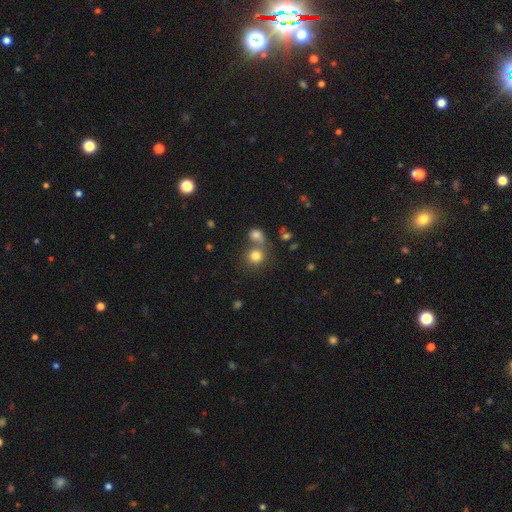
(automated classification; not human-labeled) Smooth or featured? Predicted: smooth (p=0.79). How rounded? Predicted: round (p=0.84). Merging? Predicted: none (p=0.48).